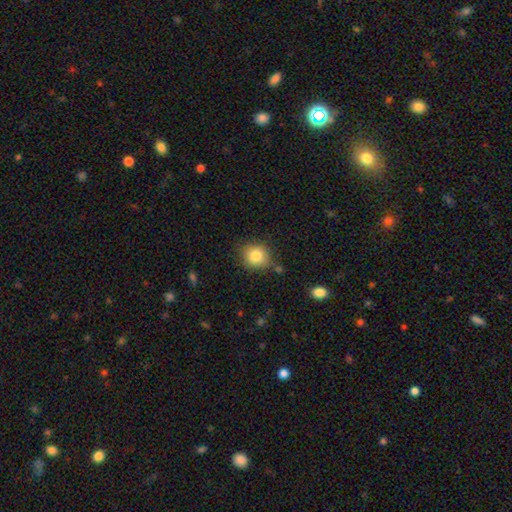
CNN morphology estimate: This is clearly a smooth galaxy (83%). How rounded: clearly round (81%). Merging: likely none (77%).